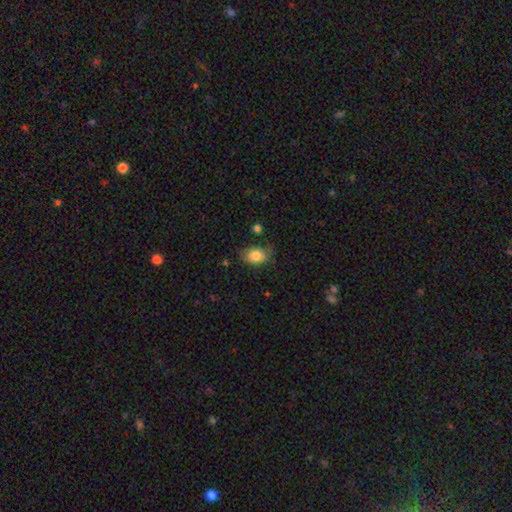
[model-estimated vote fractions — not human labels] Smooth or featured? Predicted: smooth (p=0.83). How rounded? Predicted: in between (p=0.75). Merging? Predicted: none (p=0.63).